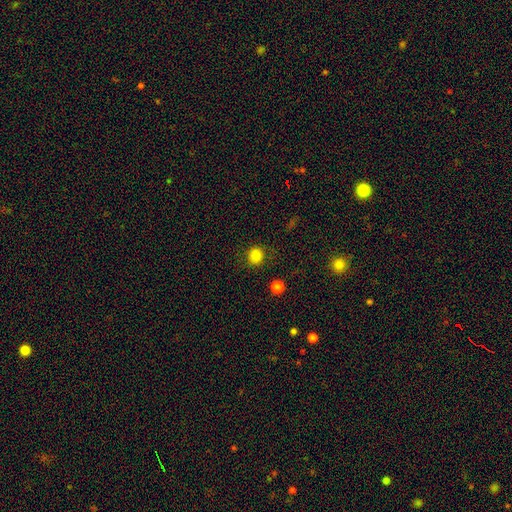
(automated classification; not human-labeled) Smooth or featured: smooth — 83% (star or artifact — 12%)
How rounded: round — 86% (in between — 13%)
Merging: none — 86% (minor disturbance — 9%)